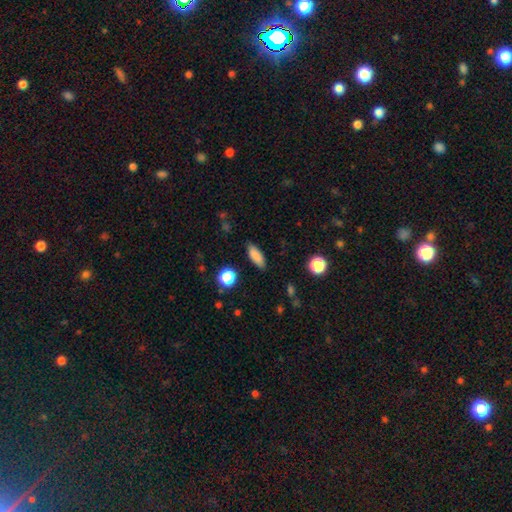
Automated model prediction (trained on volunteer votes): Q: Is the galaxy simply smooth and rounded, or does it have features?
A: smooth — 85%.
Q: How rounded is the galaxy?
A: in between — 65%.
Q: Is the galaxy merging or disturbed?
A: none — 86%.